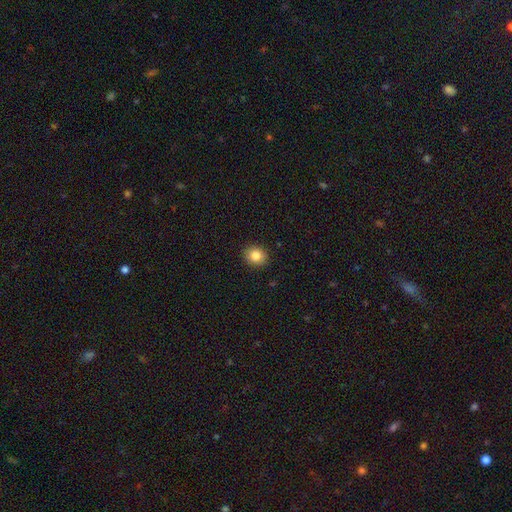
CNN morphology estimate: Smooth or featured? Predicted: smooth (p=0.84). How rounded? Predicted: round (p=0.78). Merging? Predicted: none (p=0.91).